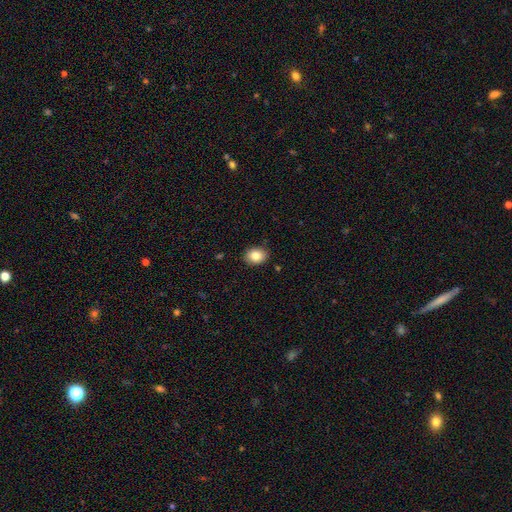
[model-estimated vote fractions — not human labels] Overall: smooth (83%). How rounded: in between (60%; round 39%). Merging: none (87%).